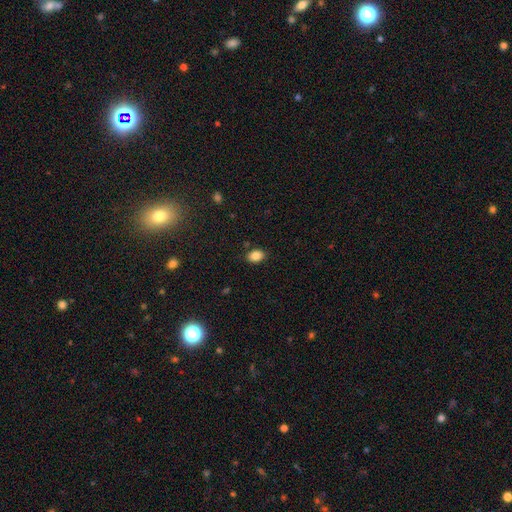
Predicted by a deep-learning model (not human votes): Morphology: type=smooth (86%); roundness=in between (76%); merging=none (85%).